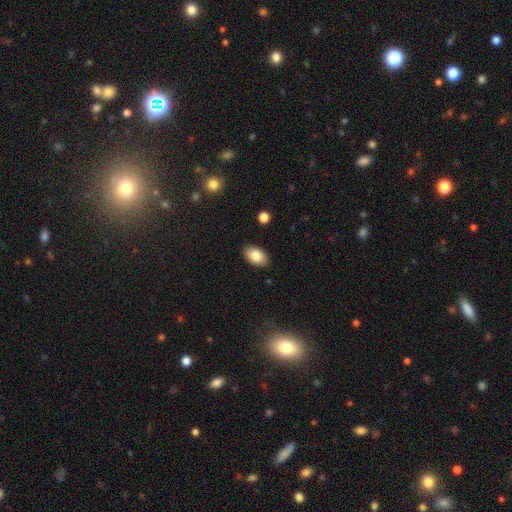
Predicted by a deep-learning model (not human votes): smooth_or_featured: smooth (p=0.83) [alt: featured or disk p=0.10]
how_rounded: in between (p=0.92) [alt: round p=0.07]
merging: none (p=0.88) [alt: minor disturbance p=0.08]